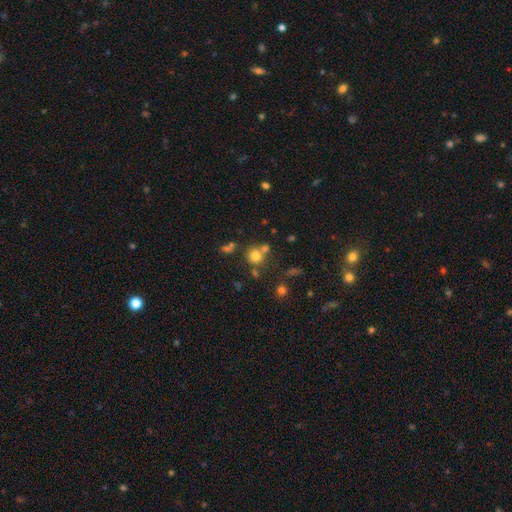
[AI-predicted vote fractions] Morphology: type=smooth (74%); roundness=round (88%); merging=none (61%).